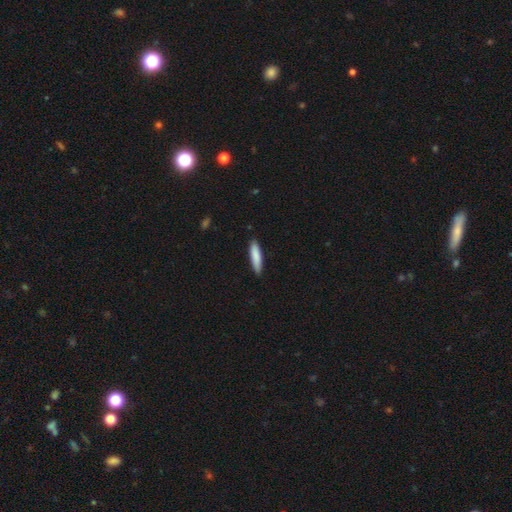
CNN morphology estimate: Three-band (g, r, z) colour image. It shows a smooth galaxy with no disk features (84%) that is cigar-shaped (79%). Merging: none (87%).